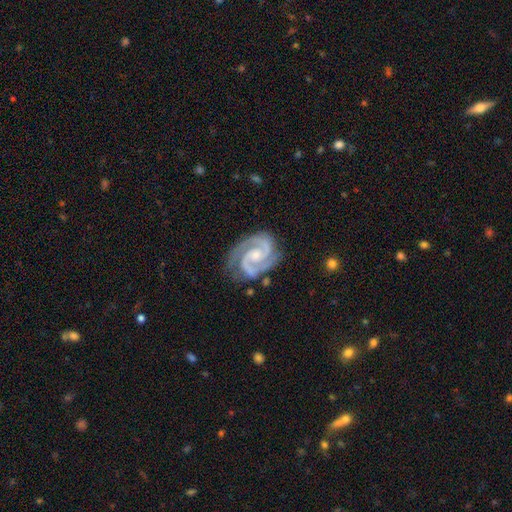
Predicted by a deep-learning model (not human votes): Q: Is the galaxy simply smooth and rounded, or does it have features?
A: featured or disk — 94%.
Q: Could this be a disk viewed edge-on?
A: no — 98%.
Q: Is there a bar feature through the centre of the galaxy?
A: no — 54%.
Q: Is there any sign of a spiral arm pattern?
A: yes — 99%.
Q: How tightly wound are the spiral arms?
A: tight — 49%.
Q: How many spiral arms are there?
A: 2 — 93%.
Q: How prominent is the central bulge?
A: small — 48%.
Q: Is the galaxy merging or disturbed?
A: none — 79%.